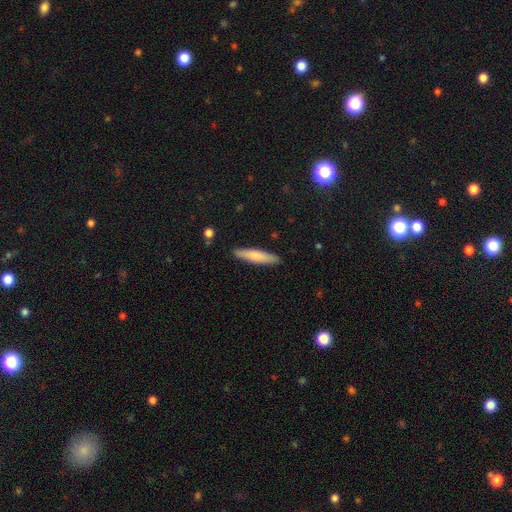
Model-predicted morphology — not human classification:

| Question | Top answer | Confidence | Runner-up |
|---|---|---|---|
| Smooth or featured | smooth | 73% | featured or disk (22%) |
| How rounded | cigar-shaped | 86% | in between (13%) |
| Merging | none | 90% | minor disturbance (8%) |